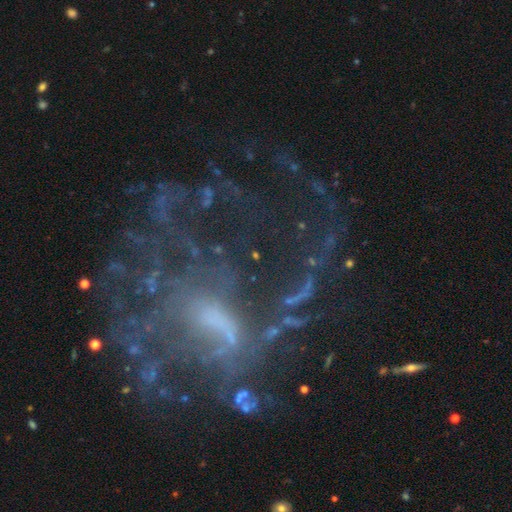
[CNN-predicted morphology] Smooth or featured? star or artifact (50%)